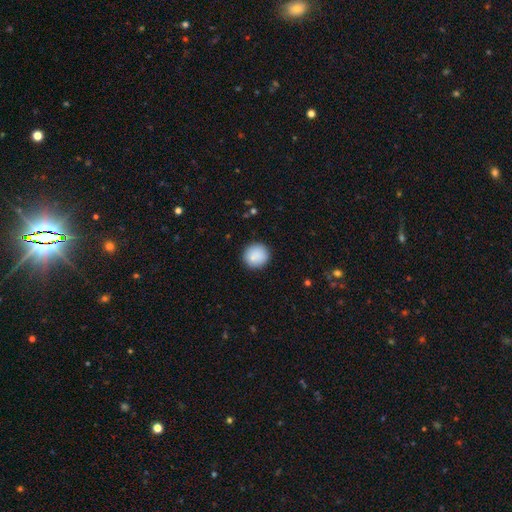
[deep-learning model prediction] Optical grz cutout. It shows a smooth galaxy with no disk features (88%) that is round (93%). Merging: none (90%).